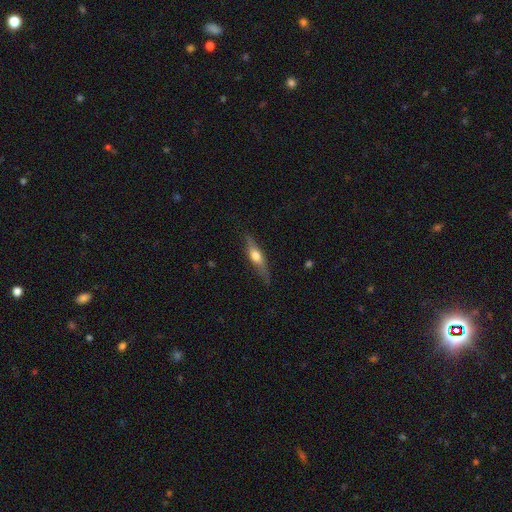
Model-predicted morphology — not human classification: Smooth or featured?
  - featured or disk: 53% *
  - smooth: 41%
  - star or artifact: 6%
Edge-on disk?
  - yes: 90% *
  - no: 10%
Merging?
  - none: 76% *
  - minor disturbance: 19%
  - major disturbance: 4%
  - merger: 1%